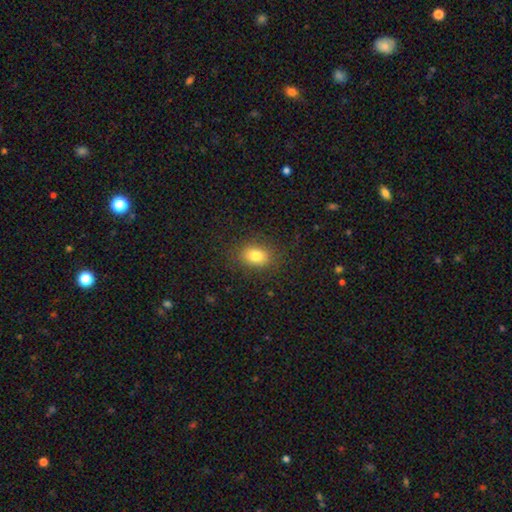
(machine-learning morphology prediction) Smooth or featured?
  - smooth: 81% *
  - star or artifact: 11%
  - featured or disk: 8%
How rounded?
  - in between: 66% *
  - round: 33%
  - cigar-shaped: 1%
Merging?
  - none: 85% *
  - minor disturbance: 10%
  - major disturbance: 4%
  - merger: 1%